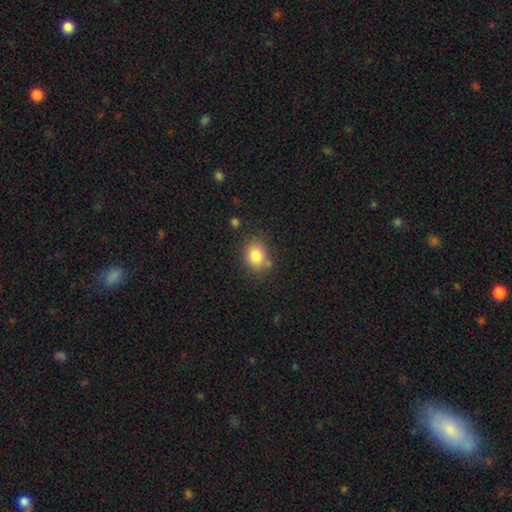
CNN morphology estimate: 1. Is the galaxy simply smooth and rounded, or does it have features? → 83% smooth, 10% star or artifact, 8% featured or disk.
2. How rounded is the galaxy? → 51% round, 48% in between, 1% cigar-shaped.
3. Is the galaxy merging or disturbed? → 73% none, 16% minor disturbance, 6% merger, 4% major disturbance.